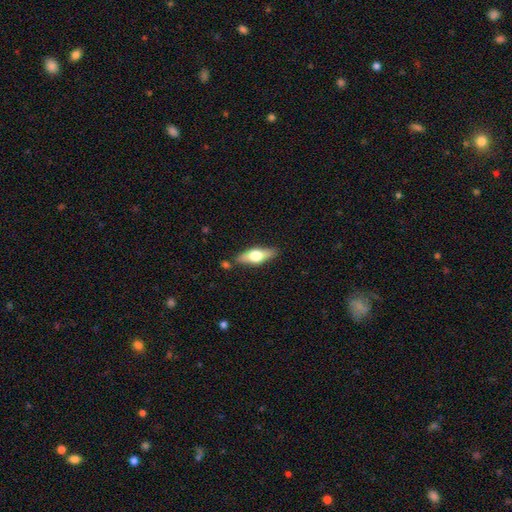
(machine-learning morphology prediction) A featured or disk galaxy (49%). Merging: none (84%).